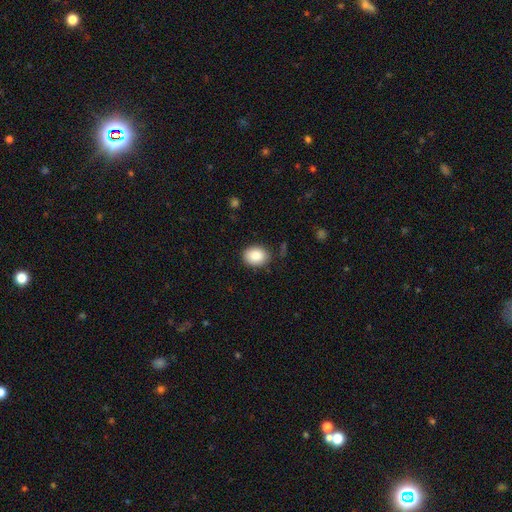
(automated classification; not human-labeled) smooth-or-featured: smooth: 87% | star or artifact: 8% | featured or disk: 5%
  how-rounded: in between: 57% | round: 43% | cigar-shaped: 1%
  merging: none: 84% | minor disturbance: 11% | major disturbance: 3% | merger: 2%